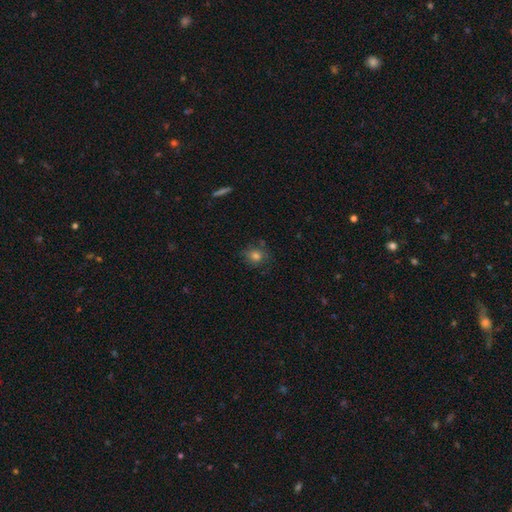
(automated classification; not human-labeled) A smooth galaxy with no disk features (76%) that is round (78%).

Vote fractions:
- Smooth or featured? smooth: 76% / star or artifact: 15% / featured or disk: 9%
- How rounded? round: 78% / in between: 21% / cigar-shaped: 1%
- Merging? none: 76% / minor disturbance: 16% / major disturbance: 5% / merger: 3%